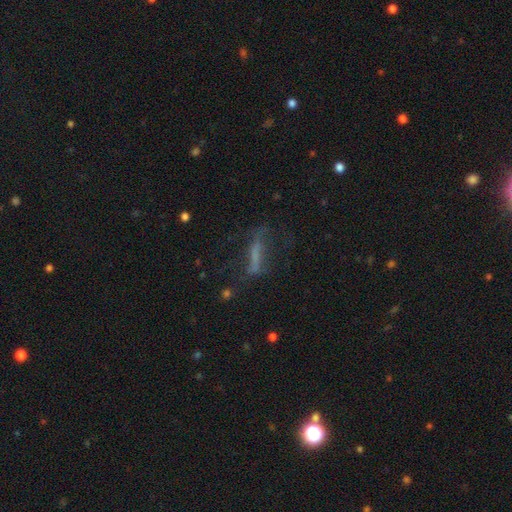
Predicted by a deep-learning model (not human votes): featured or disk 42%, smooth 40%, star or artifact 18%. Down the decision tree: merging — none (48%).